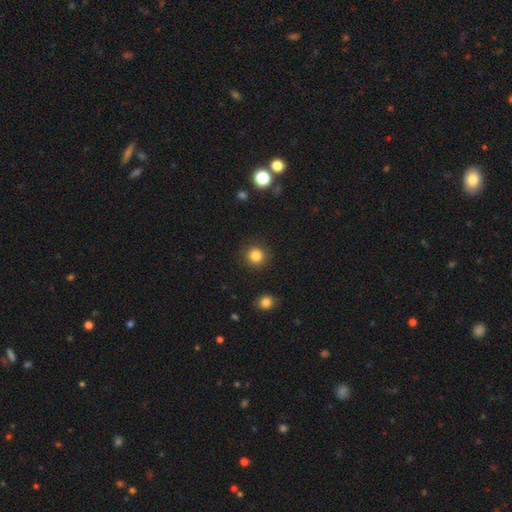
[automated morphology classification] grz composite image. It shows a smooth galaxy with no disk features (84%) that is round (93%). Merging: none (90%).